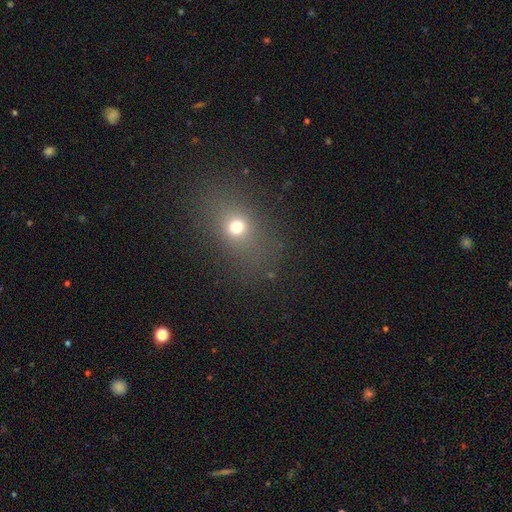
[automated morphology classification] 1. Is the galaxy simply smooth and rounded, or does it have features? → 60% smooth, 27% star or artifact, 13% featured or disk.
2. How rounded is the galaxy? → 61% in between, 37% round, 3% cigar-shaped.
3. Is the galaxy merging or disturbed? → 86% none, 9% minor disturbance, 4% major disturbance, 2% merger.